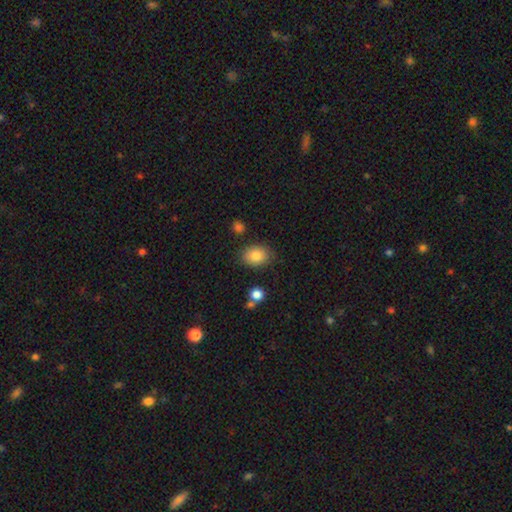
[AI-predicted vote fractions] Q: Smooth or featured?
A: smooth (84%); runner-up: star or artifact (9%)
Q: How rounded?
A: in between (62%); runner-up: round (37%)
Q: Merging?
A: none (82%); runner-up: minor disturbance (12%)